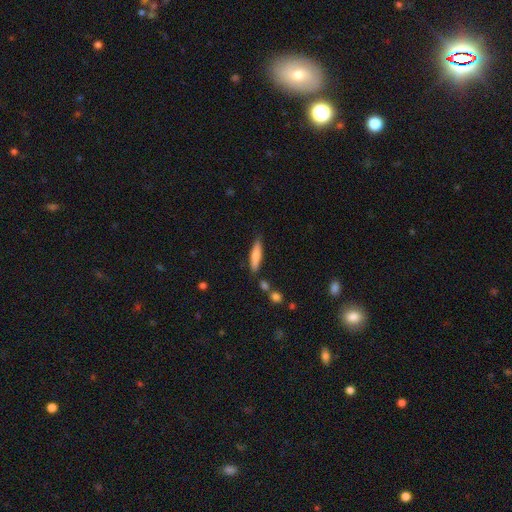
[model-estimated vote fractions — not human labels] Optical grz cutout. It shows a smooth galaxy with no disk features (77%) that is cigar-shaped (78%). Merging: none (80%).